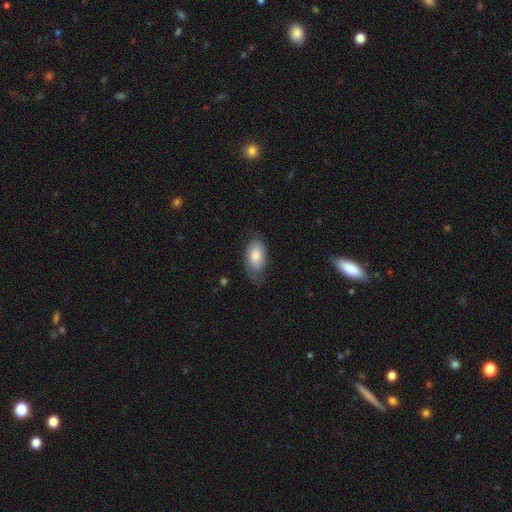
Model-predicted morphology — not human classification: smooth_or_featured: smooth (p=0.74) [alt: featured or disk p=0.20]
how_rounded: in between (p=0.93) [alt: round p=0.05]
merging: none (p=0.60) [alt: minor disturbance p=0.29]